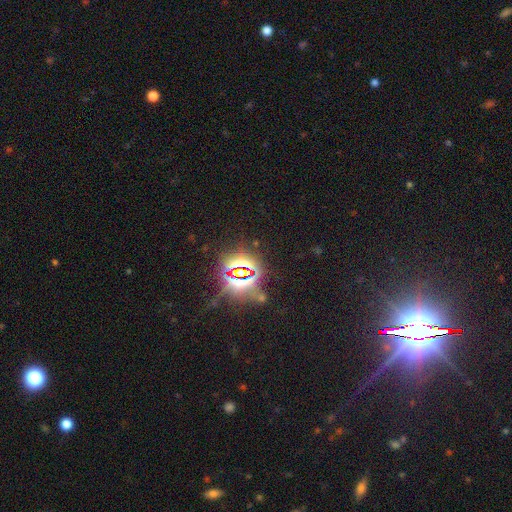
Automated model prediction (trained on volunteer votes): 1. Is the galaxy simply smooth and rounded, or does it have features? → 84% star or artifact, 9% smooth, 7% featured or disk.